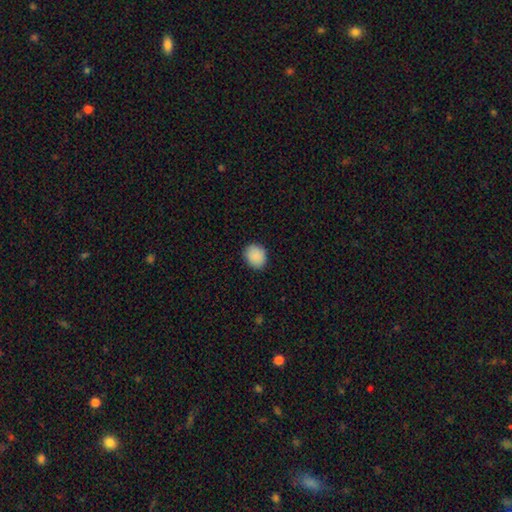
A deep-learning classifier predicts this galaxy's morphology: Overall: smooth (89%). How rounded: round (65%; in between 34%). Merging: none (88%).